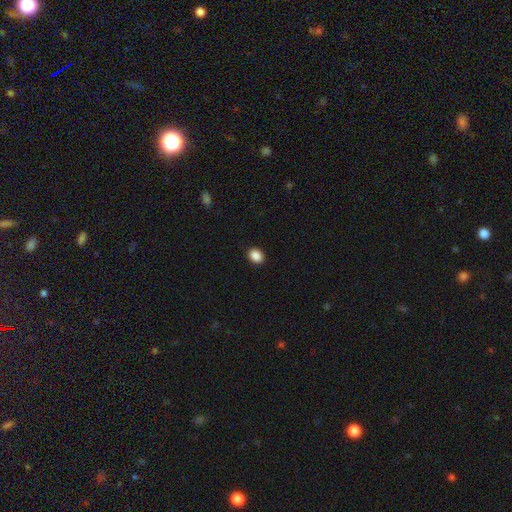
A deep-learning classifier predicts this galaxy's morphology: type=smooth (89%); roundness=in between (62%); merging=none (91%).